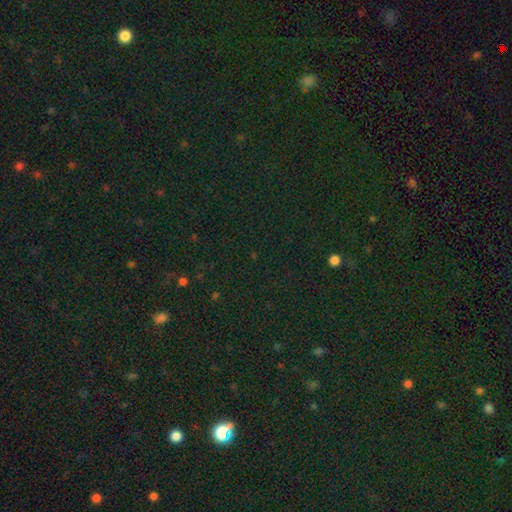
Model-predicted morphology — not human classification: A star or artifact, not a galaxy (77%).

Vote fractions:
- Smooth or featured? star or artifact: 77% / smooth: 16% / featured or disk: 7%